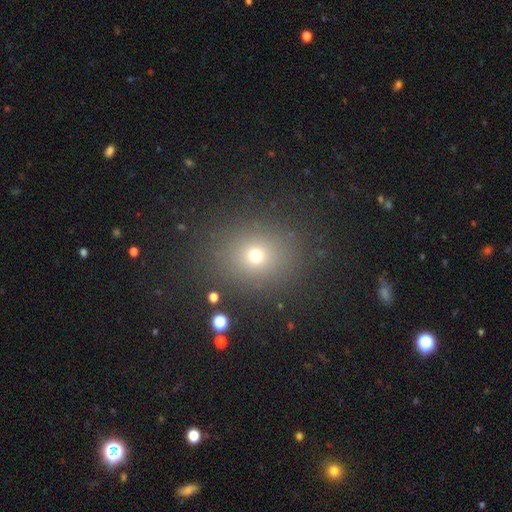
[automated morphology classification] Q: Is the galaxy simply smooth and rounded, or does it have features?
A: smooth — 68%.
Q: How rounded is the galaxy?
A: round — 70%.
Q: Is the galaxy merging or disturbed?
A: none — 85%.